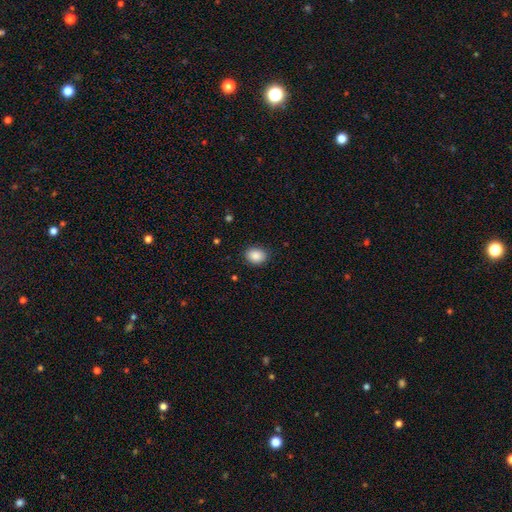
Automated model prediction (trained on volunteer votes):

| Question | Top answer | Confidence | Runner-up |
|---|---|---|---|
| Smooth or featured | smooth | 89% | star or artifact (8%) |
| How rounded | in between | 58% | round (41%) |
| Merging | none | 88% | minor disturbance (9%) |